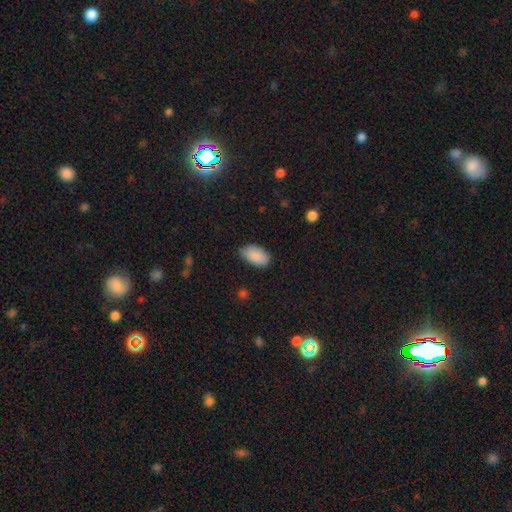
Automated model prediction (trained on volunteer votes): A smooth galaxy with no disk features (89%) that is in between round and cigar-shaped (95%).

Vote fractions:
- Smooth or featured? smooth: 89% / star or artifact: 7% / featured or disk: 4%
- How rounded? in between: 95% / round: 4% / cigar-shaped: 2%
- Merging? none: 74% / minor disturbance: 21% / major disturbance: 3% / merger: 1%